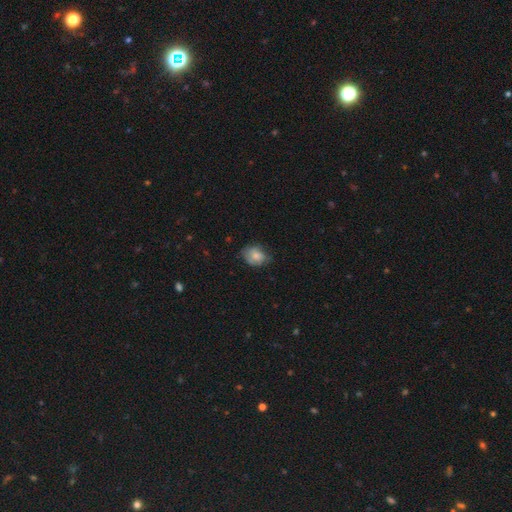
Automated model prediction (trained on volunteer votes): A smooth galaxy with no disk features (67%) that is in between round and cigar-shaped (59%).

Vote fractions:
- Smooth or featured? smooth: 67% / featured or disk: 24% / star or artifact: 9%
- How rounded? in between: 59% / round: 39% / cigar-shaped: 1%
- Merging? none: 55% / minor disturbance: 31% / major disturbance: 12% / merger: 1%